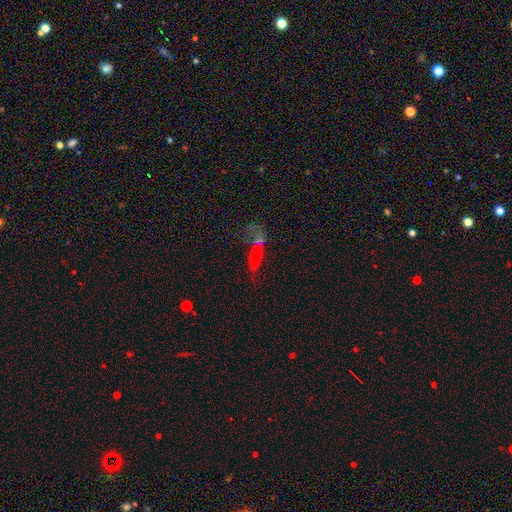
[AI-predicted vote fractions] Smooth or featured?
  - smooth: 46% *
  - featured or disk: 39%
  - star or artifact: 15%
Merging?
  - merger: 53% *
  - none: 23%
  - major disturbance: 14%
  - minor disturbance: 10%